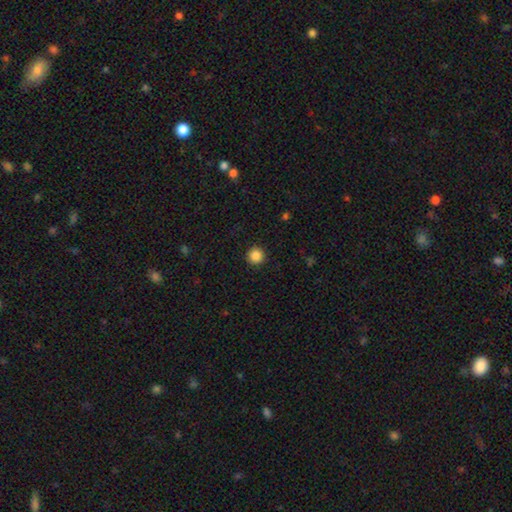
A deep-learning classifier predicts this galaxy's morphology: The model was most divided on "smooth or featured": smooth: 87%, star or artifact: 10%, featured or disk: 3%. More confident: how rounded — round (95%); merging — none (92%).